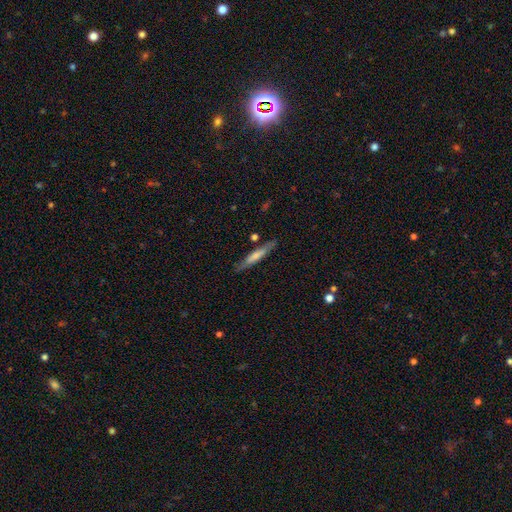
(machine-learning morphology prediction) type=smooth (56%); roundness=cigar-shaped (91%); merging=none (82%).